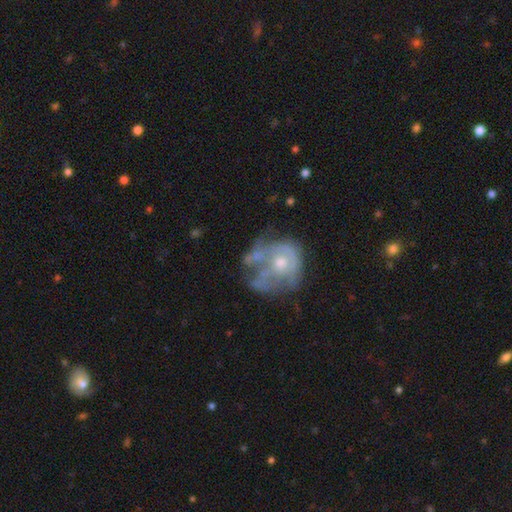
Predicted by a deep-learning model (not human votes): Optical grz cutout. It shows a featured or disk galaxy (62%) with no bar (86%), no spiral arms (68%) and a moderate central bulge (57%). Merging: major disturbance (32%).